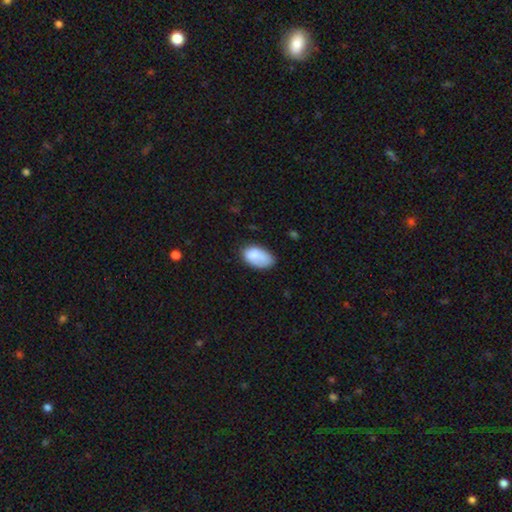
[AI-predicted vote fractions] Q: Smooth or featured?
A: smooth (81%); runner-up: featured or disk (12%)
Q: How rounded?
A: in between (94%); runner-up: round (5%)
Q: Merging?
A: none (59%); runner-up: minor disturbance (29%)